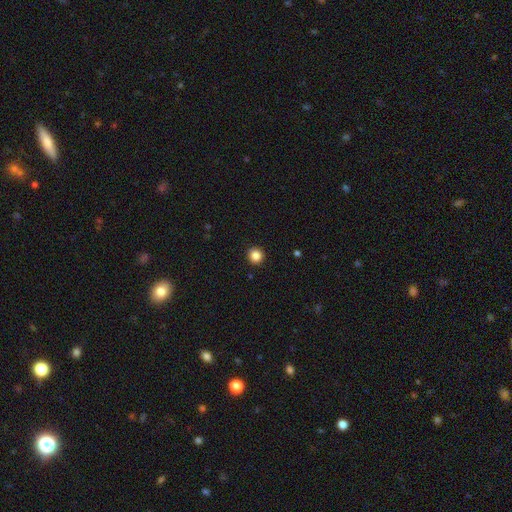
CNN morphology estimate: Overall: smooth (85%). How rounded: round (94%). Merging: none (93%).